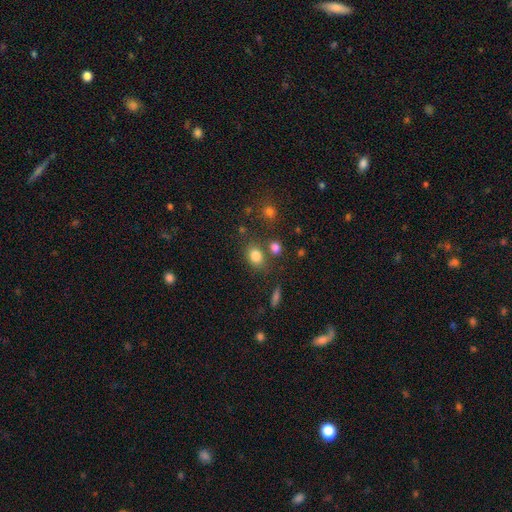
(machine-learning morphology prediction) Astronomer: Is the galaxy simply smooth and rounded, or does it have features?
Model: smooth — 82%.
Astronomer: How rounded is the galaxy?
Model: in between — 59% (runner-up: round, 40%).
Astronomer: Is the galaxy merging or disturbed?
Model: none — 68%.